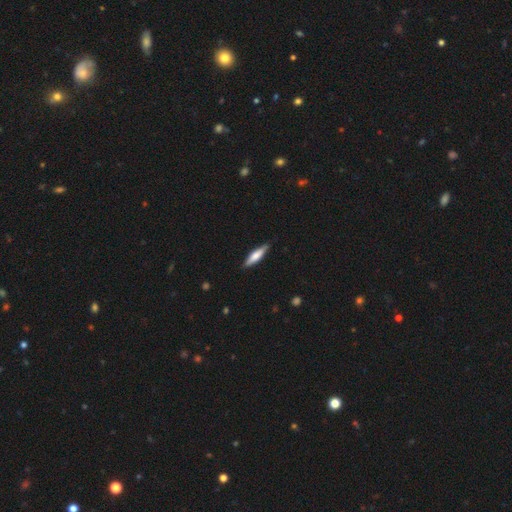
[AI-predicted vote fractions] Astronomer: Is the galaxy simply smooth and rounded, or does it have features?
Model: smooth — 58% (runner-up: featured or disk, 36%).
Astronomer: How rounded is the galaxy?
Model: cigar-shaped — 74%.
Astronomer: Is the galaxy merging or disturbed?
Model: none — 87%.